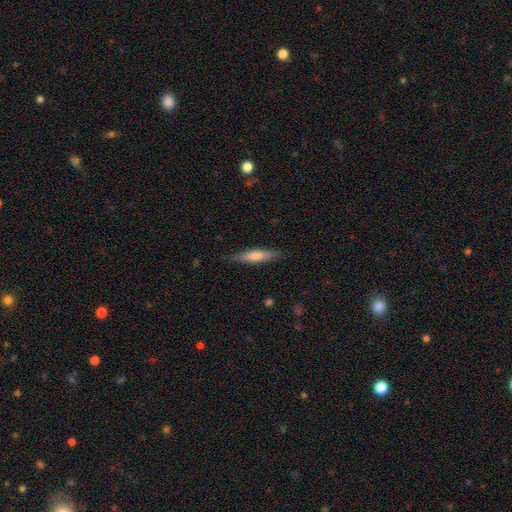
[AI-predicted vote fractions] smooth 55%, featured or disk 39%, star or artifact 6%. Down the decision tree: how rounded — cigar-shaped (85%); merging — none (85%).